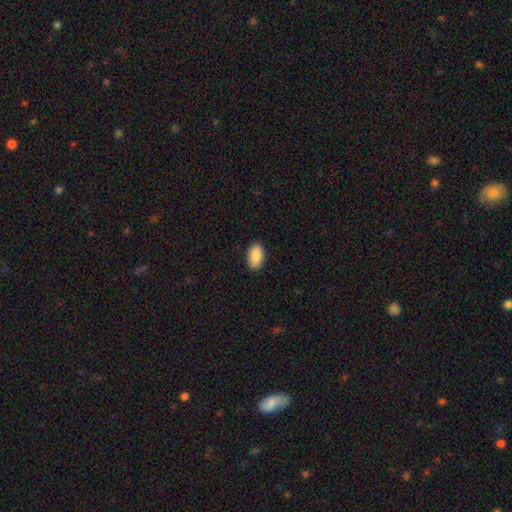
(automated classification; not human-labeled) smooth_or_featured: smooth (p=0.90) [alt: star or artifact p=0.06]
how_rounded: in between (p=0.94) [alt: round p=0.04]
merging: none (p=0.89) [alt: minor disturbance p=0.08]